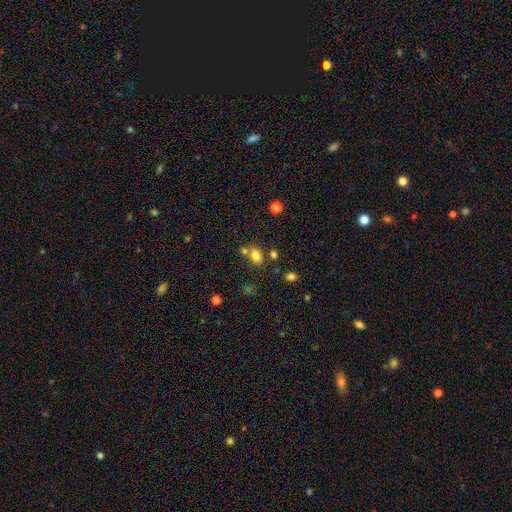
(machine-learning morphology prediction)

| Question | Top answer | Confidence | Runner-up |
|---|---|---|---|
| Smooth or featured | smooth | 78% | star or artifact (13%) |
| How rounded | in between | 78% | round (20%) |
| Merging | none | 61% | merger (22%) |